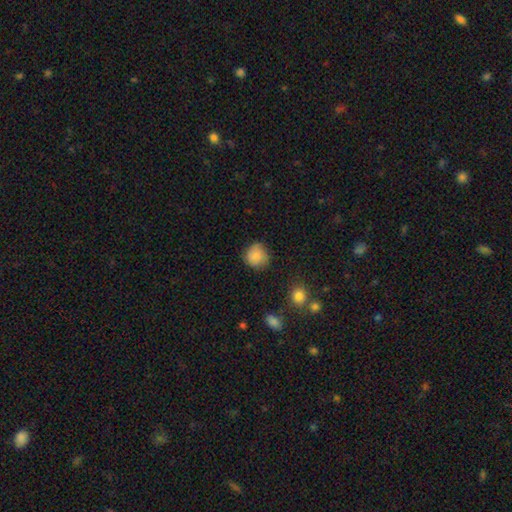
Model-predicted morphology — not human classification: smooth-or-featured: smooth: 85% | star or artifact: 8% | featured or disk: 7%
  how-rounded: round: 88% | in between: 11% | cigar-shaped: 1%
  merging: none: 77% | minor disturbance: 17% | major disturbance: 4% | merger: 2%